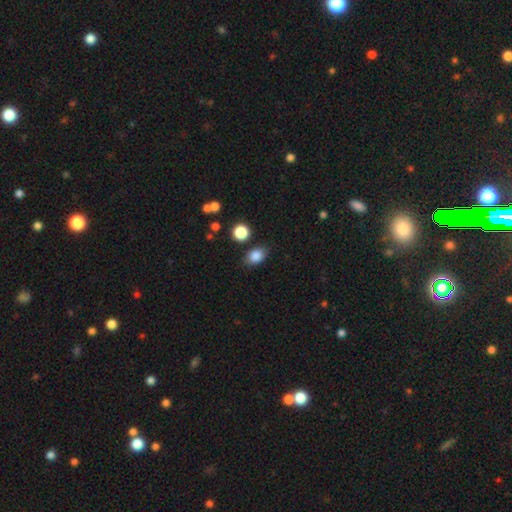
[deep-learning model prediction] A smooth galaxy with no disk features (85%) that is in between round and cigar-shaped (71%).

Vote fractions:
- Smooth or featured? smooth: 85% / star or artifact: 10% / featured or disk: 5%
- How rounded? in between: 71% / round: 27% / cigar-shaped: 2%
- Merging? none: 79% / minor disturbance: 13% / merger: 5% / major disturbance: 3%